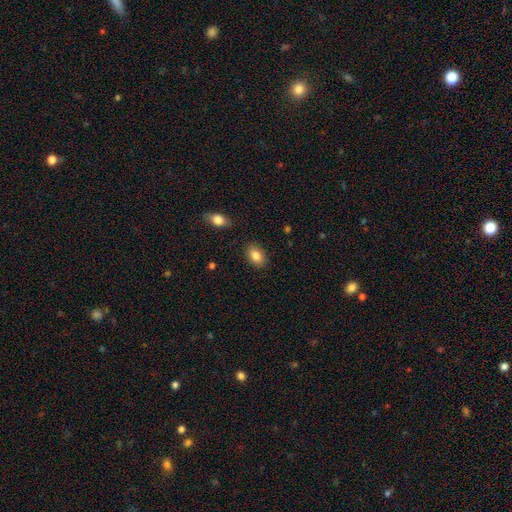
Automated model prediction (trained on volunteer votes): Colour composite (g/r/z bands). It shows a smooth galaxy with no disk features (85%) that is in between round and cigar-shaped (87%). Merging: none (87%).